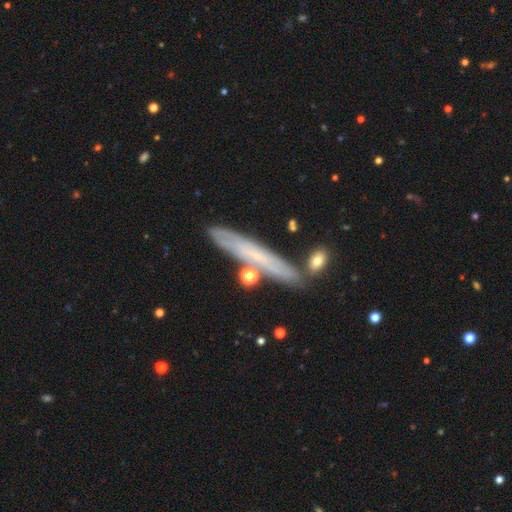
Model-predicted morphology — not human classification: featured or disk 46%, smooth 45%, star or artifact 8%. Down the decision tree: merging — none (80%).